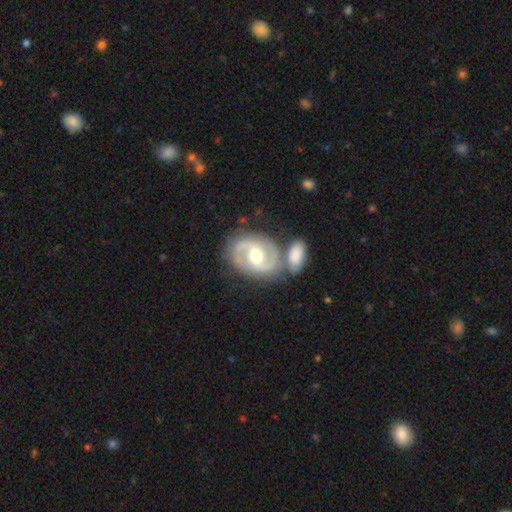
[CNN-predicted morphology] This is clearly a featured or disk galaxy (87%). It is clearly not viewed edge-on (97%). Bar: marginally weak (40%, tied with no). Spiral arm pattern: clearly yes (94%). Spiral arm count: clearly 2 (90%). Spiral winding: possibly medium (49%). Central bulge: likely moderate (77%). Merging: possibly none (56%).